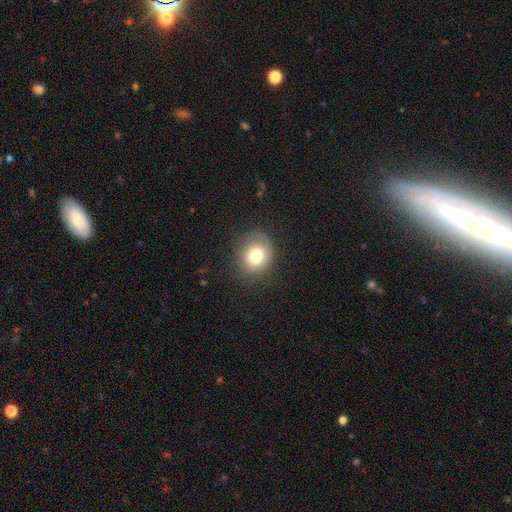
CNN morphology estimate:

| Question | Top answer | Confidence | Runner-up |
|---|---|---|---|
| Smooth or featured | smooth | 78% | featured or disk (12%) |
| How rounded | round | 65% | in between (34%) |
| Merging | none | 77% | minor disturbance (15%) |